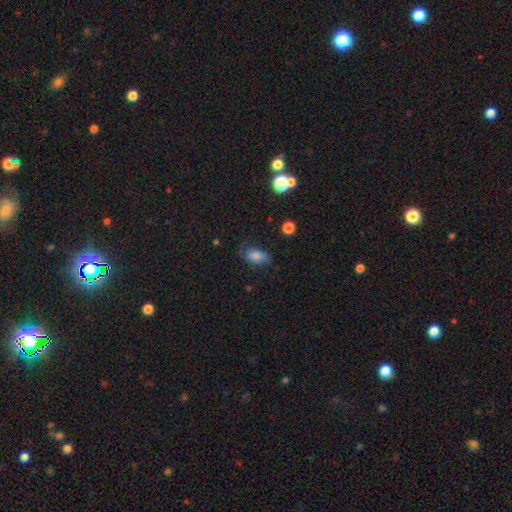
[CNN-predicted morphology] Smooth or featured: smooth — 80% (featured or disk — 10%)
How rounded: in between — 89% (round — 7%)
Merging: none — 66% (minor disturbance — 25%)